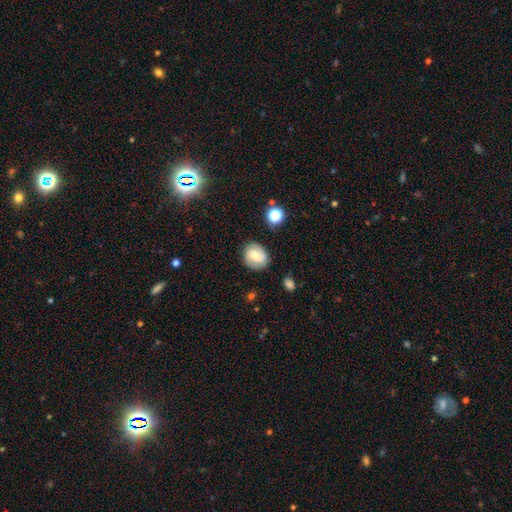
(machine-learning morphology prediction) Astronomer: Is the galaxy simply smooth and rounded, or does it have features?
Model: smooth — 53% (runner-up: featured or disk, 38%).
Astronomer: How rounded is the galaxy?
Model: round — 58% (runner-up: in between, 41%).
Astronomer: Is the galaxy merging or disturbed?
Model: none — 80%.